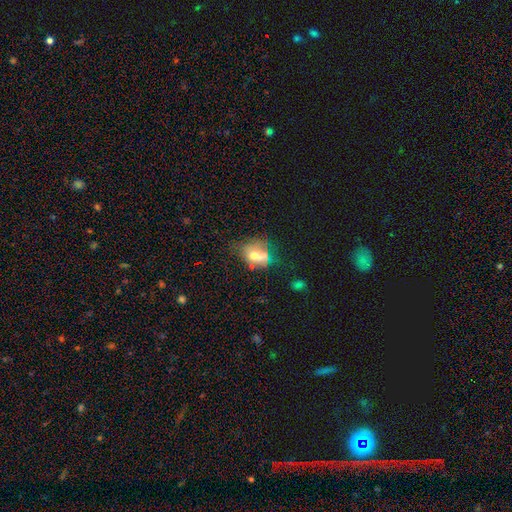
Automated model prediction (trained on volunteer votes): This appears to be a smooth galaxy with no disk features (59%) that is in between round and cigar-shaped (50%). Merging: none (43%).